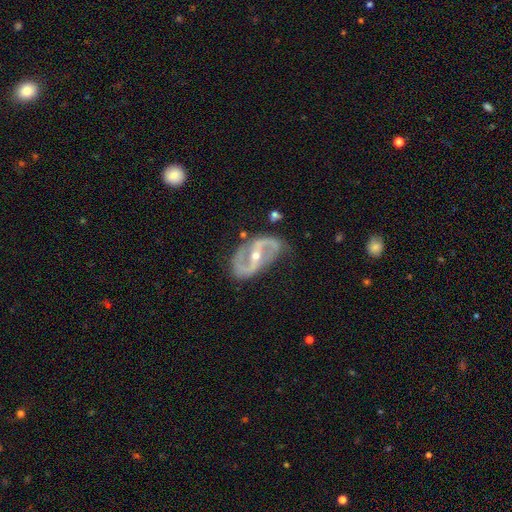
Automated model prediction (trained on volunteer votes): smooth_or_featured: featured or disk (p=0.90) [alt: smooth p=0.05]
disk_edge_on: no (p=0.96) [alt: yes p=0.04]
bar: strong (p=0.52) [alt: weak p=0.28]
has_spiral_arms: yes (p=0.95) [alt: no p=0.05]
spiral_winding: medium (p=0.44) [alt: loose p=0.39]
spiral_arm_count: 2 (p=0.92) [alt: can't tell p=0.03]
bulge_size: small (p=0.49) [alt: moderate p=0.48]
merging: none (p=0.69) [alt: minor disturbance p=0.21]